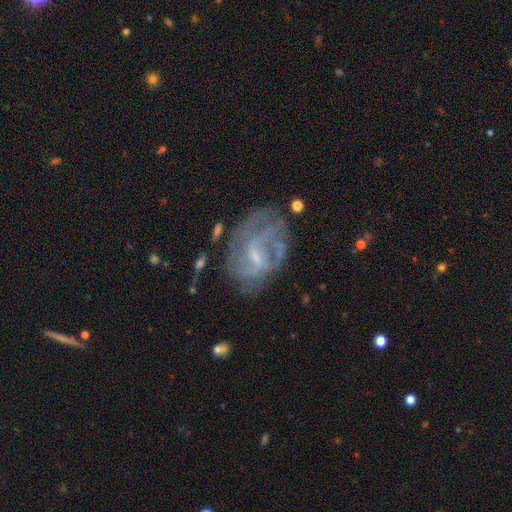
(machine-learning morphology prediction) The model was most divided on "spiral winding": medium: 42%, tight: 34%, loose: 24%. Remaining: edge-on disk — no (97%); spiral arms — yes (81%); smooth or featured — featured or disk (79%); bar — weak (56%); bulge size — small (55%); merging — none (50%); spiral arm count — can't tell (40%).